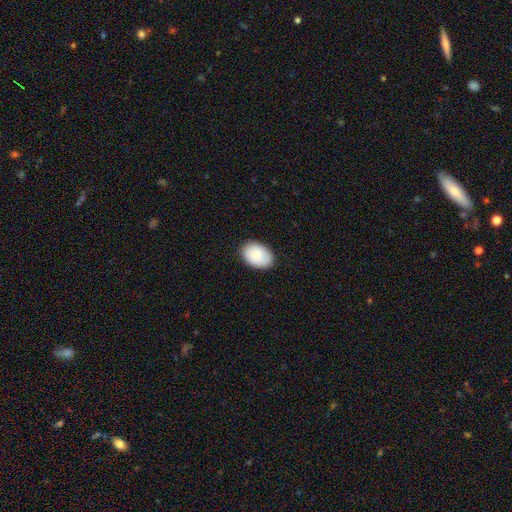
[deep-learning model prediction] Smooth or featured?
  - smooth: 87% *
  - featured or disk: 7%
  - star or artifact: 6%
How rounded?
  - in between: 86% *
  - round: 13%
  - cigar-shaped: 1%
Merging?
  - none: 86% *
  - minor disturbance: 11%
  - major disturbance: 2%
  - merger: 1%